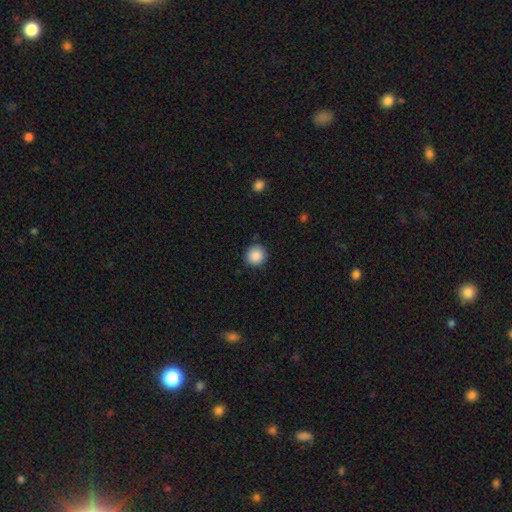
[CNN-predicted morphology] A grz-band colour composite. It shows a smooth galaxy with no disk features (88%) that is round (93%). Merging: none (90%).